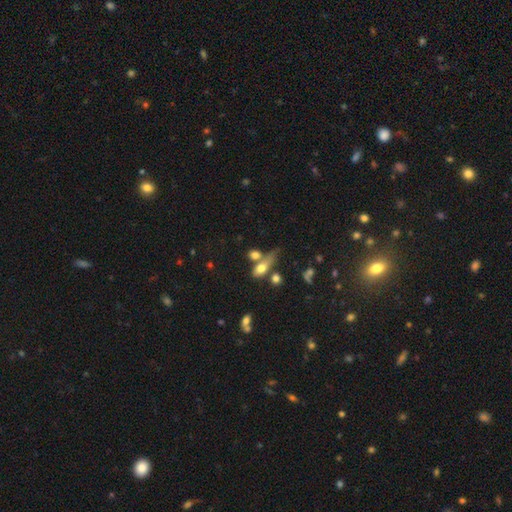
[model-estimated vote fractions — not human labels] Overall: smooth (70%). How rounded: in between (64%). Merging: merger (39%; none 36%).